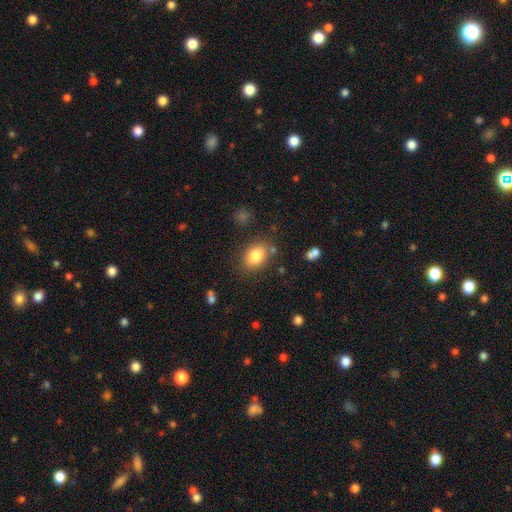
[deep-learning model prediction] Smooth or featured: smooth — 82% (featured or disk — 9%)
How rounded: in between — 73% (round — 26%)
Merging: none — 77% (minor disturbance — 14%)